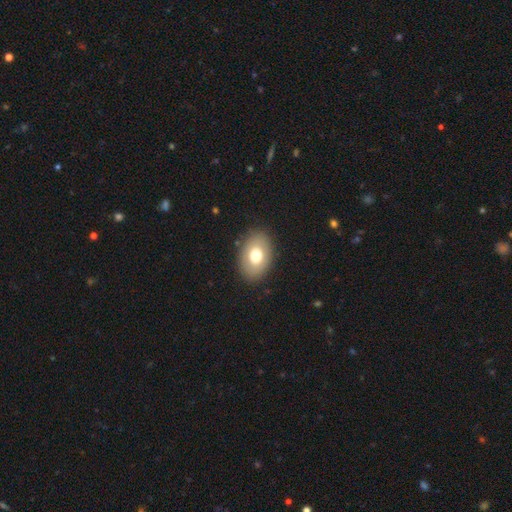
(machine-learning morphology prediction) Smooth or featured?
  - smooth: 70% *
  - featured or disk: 22%
  - star or artifact: 8%
How rounded?
  - in between: 80% *
  - round: 19%
  - cigar-shaped: 1%
Merging?
  - none: 87% *
  - minor disturbance: 9%
  - major disturbance: 3%
  - merger: 1%